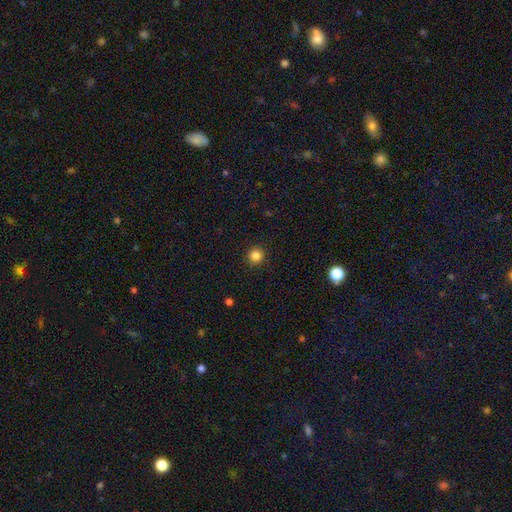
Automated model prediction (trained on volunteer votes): Smooth or featured? smooth (85%)
How rounded? round (95%)
Merging? none (92%)